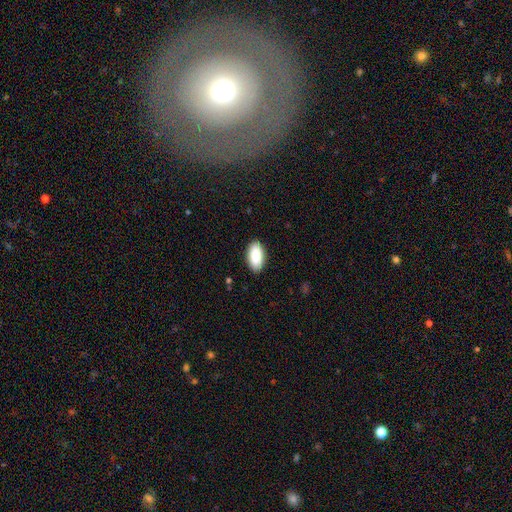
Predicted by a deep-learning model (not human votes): Smooth or featured? smooth (90%)
How rounded? in between (94%)
Merging? none (90%)